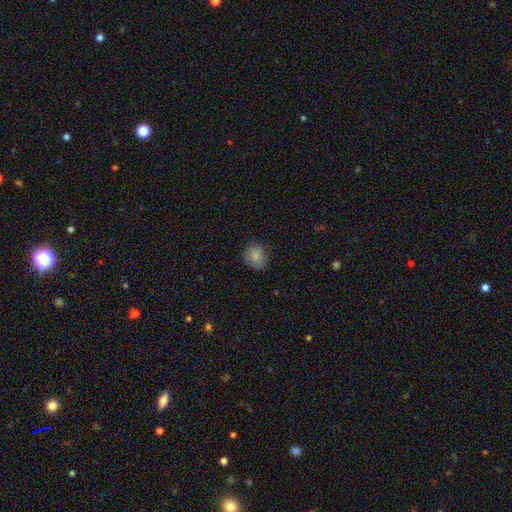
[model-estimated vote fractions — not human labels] A smooth galaxy with no disk features (85%) that is round (63%).

Vote fractions:
- Smooth or featured? smooth: 85% / star or artifact: 9% / featured or disk: 6%
- How rounded? round: 63% / in between: 36% / cigar-shaped: 1%
- Merging? none: 78% / minor disturbance: 17% / major disturbance: 4% / merger: 1%